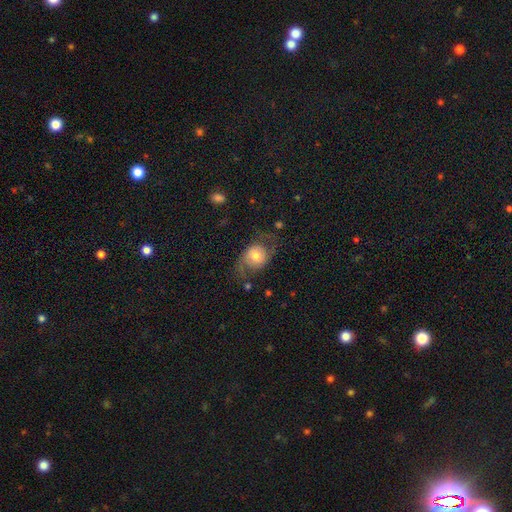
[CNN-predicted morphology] featured or disk 54%, smooth 38%, star or artifact 8%. Down the decision tree: edge-on disk — no (96%); bar — no (72%); spiral arms — yes (82%); bulge size — moderate (61%); merging — none (55%).